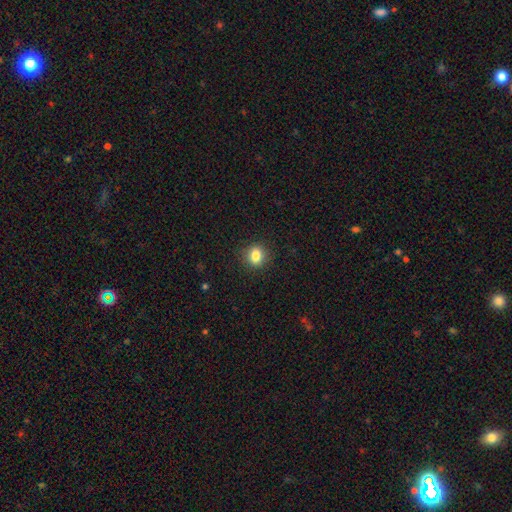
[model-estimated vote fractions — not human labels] Smooth or featured? Predicted: smooth (p=0.83). How rounded? Predicted: round (p=0.66). Merging? Predicted: none (p=0.89).